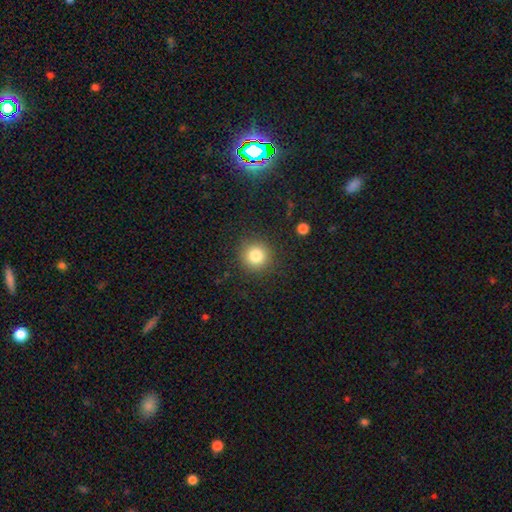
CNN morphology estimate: smooth-or-featured: smooth: 81% | star or artifact: 12% | featured or disk: 7%
  how-rounded: round: 94% | in between: 5% | cigar-shaped: 1%
  merging: none: 90% | minor disturbance: 6% | major disturbance: 3% | merger: 1%